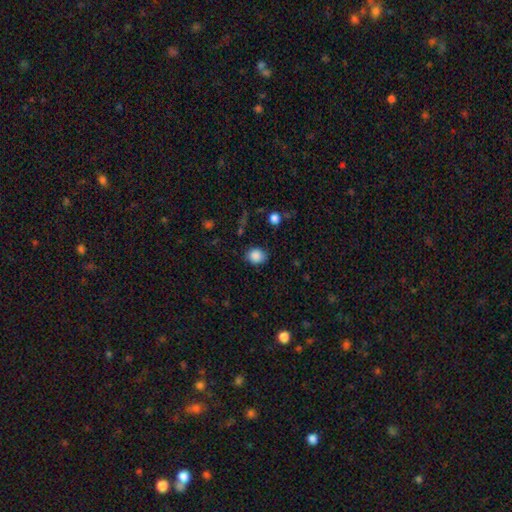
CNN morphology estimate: smooth-or-featured: smooth: 86% | star or artifact: 10% | featured or disk: 4%
  how-rounded: round: 71% | in between: 28% | cigar-shaped: 1%
  merging: none: 81% | minor disturbance: 14% | major disturbance: 3% | merger: 2%